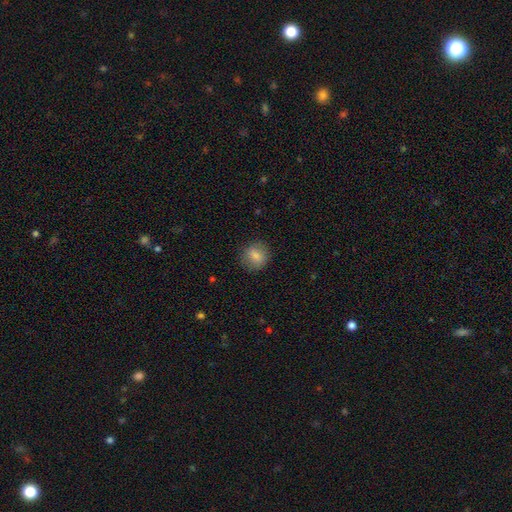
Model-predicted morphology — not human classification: smooth 81%, featured or disk 10%, star or artifact 9%. Down the decision tree: how rounded — round (80%); merging — none (86%).